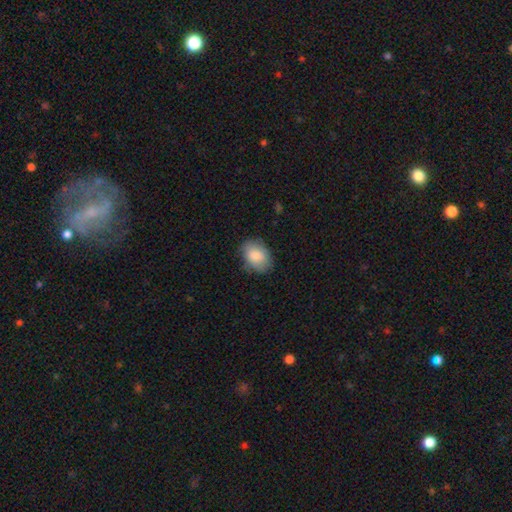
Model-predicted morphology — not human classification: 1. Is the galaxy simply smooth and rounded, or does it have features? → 83% smooth, 10% featured or disk, 7% star or artifact.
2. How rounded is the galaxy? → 75% in between, 24% round, 1% cigar-shaped.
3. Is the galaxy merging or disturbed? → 76% none, 19% minor disturbance, 4% major disturbance, 1% merger.